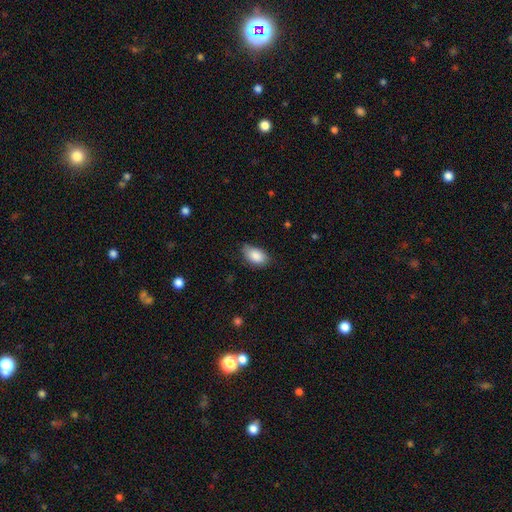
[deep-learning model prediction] Smooth or featured? Predicted: smooth (p=0.87). How rounded? Predicted: in between (p=0.93). Merging? Predicted: none (p=0.68).